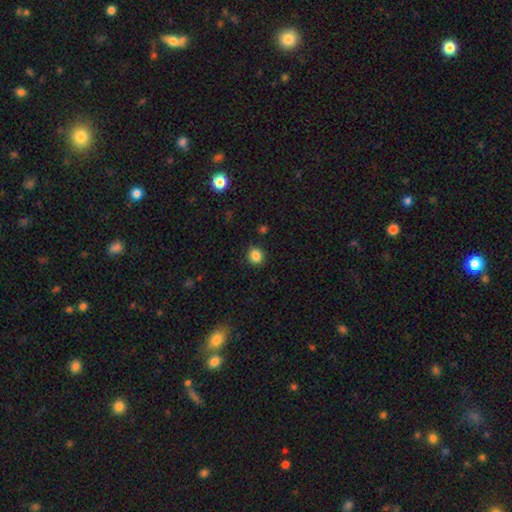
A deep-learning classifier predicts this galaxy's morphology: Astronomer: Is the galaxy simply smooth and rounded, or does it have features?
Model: smooth — 85%.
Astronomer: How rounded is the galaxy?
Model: round — 86%.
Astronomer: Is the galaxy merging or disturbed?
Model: none — 90%.